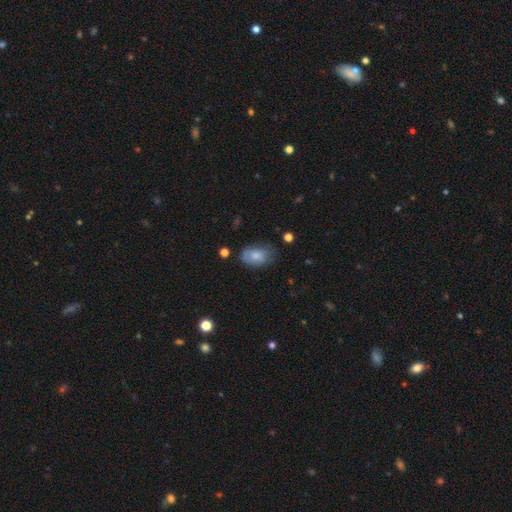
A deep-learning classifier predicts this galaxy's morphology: Smooth or featured? smooth (76%)
How rounded? in between (86%)
Merging? none (59%)